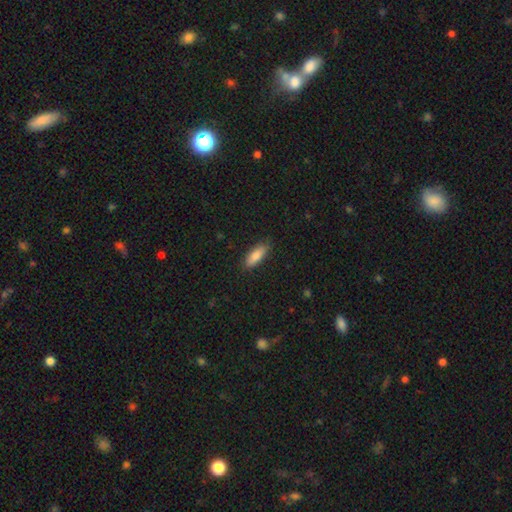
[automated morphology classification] Smooth or featured? smooth (85%)
How rounded? in between (64%)
Merging? none (87%)